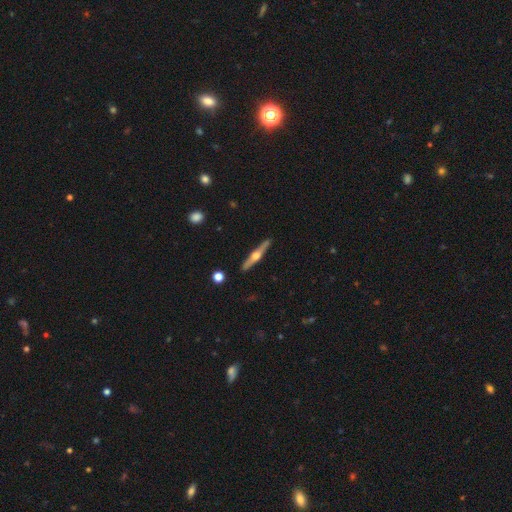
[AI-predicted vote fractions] Smooth or featured?
  - featured or disk: 75% *
  - smooth: 20%
  - star or artifact: 5%
Edge-on disk?
  - yes: 98% *
  - no: 2%
Edge-on bulge?
  - rounded: 95% *
  - boxy: 3%
  - none: 2%
Merging?
  - none: 90% *
  - minor disturbance: 7%
  - merger: 1%
  - major disturbance: 1%